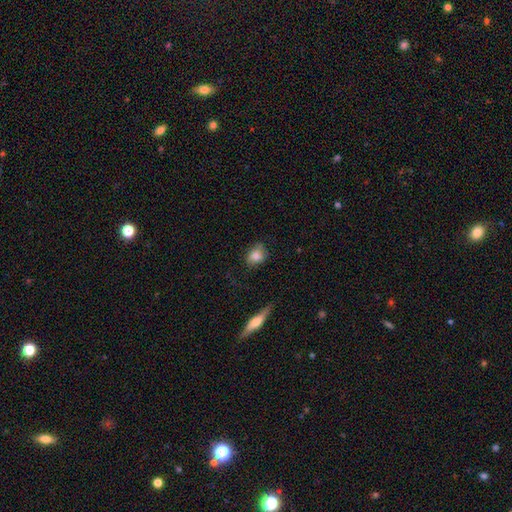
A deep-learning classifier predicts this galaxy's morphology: A smooth galaxy with no disk features (81%) that is in between round and cigar-shaped (53%). Merging: none (63%).